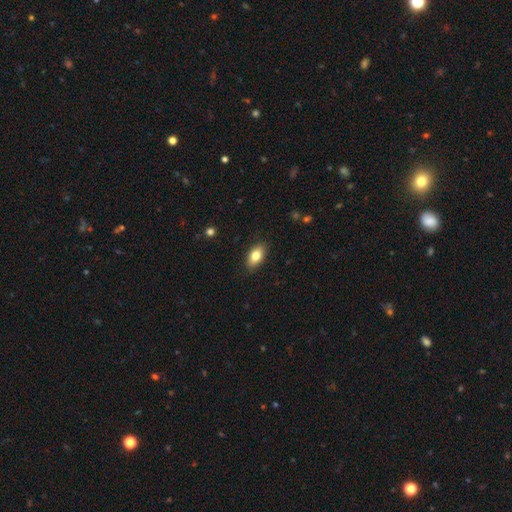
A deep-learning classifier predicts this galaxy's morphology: This appears to be a smooth galaxy with no disk features (79%) that is in between round and cigar-shaped (90%). Merging: none (87%).